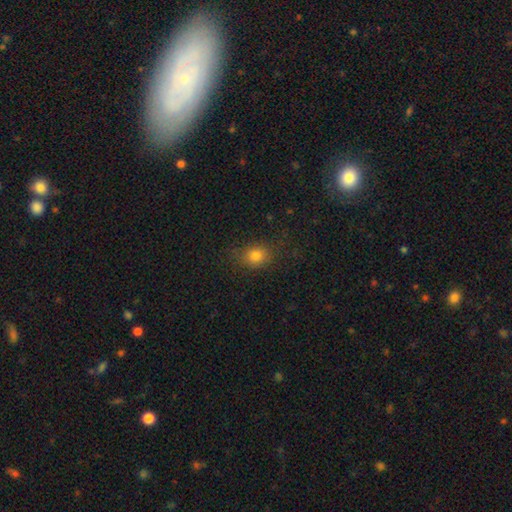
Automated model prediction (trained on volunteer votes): Smooth or featured: smooth — 80% (star or artifact — 13%)
How rounded: round — 55% (in between — 44%)
Merging: none — 80% (minor disturbance — 14%)